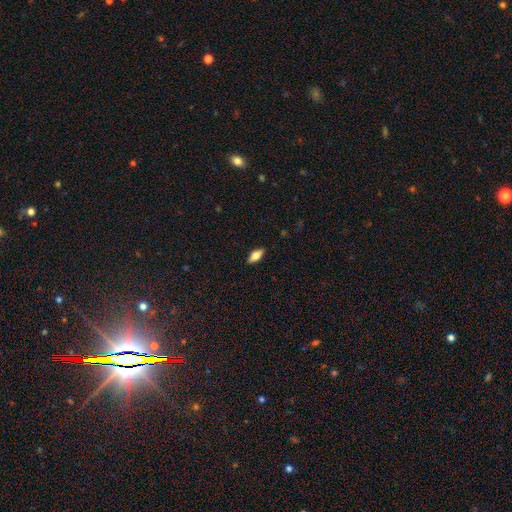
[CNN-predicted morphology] smooth-or-featured: smooth: 71% | featured or disk: 22% | star or artifact: 7%
  how-rounded: in between: 82% | cigar-shaped: 15% | round: 3%
  merging: none: 88% | minor disturbance: 9% | major disturbance: 2% | merger: 1%